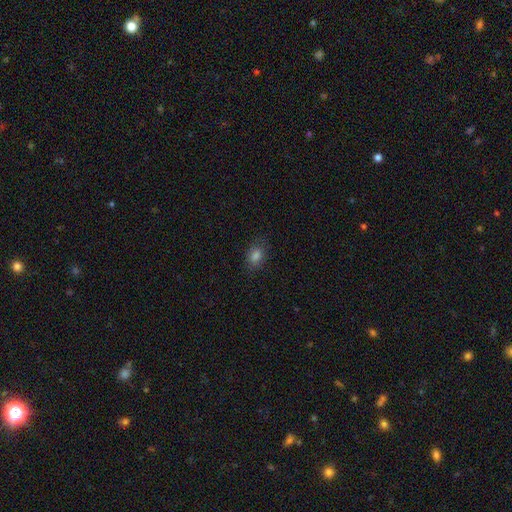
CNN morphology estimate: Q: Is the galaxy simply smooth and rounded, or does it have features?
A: smooth — 79%.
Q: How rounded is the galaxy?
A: in between — 81%.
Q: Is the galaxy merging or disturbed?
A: none — 80%.